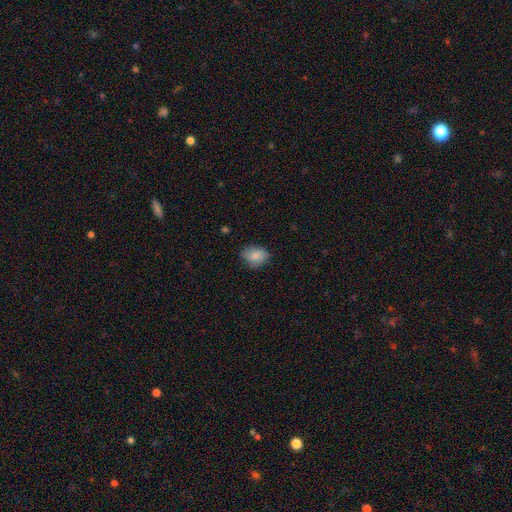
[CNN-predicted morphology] The model was most divided on "how rounded": in between: 58%, round: 41%, cigar-shaped: 1%. More confident: smooth or featured — smooth (84%); merging — none (75%).